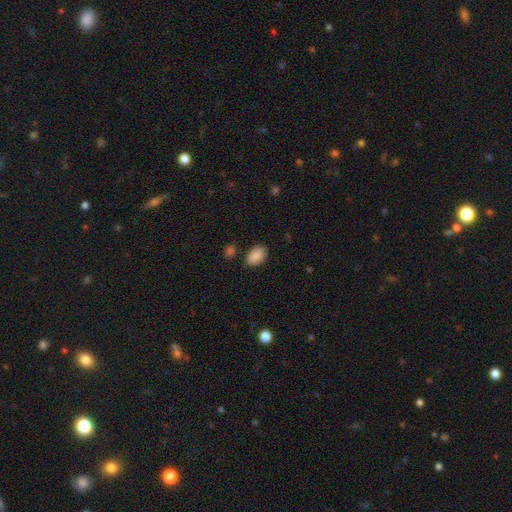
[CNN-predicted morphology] Smooth or featured: smooth — 89% (star or artifact — 7%)
How rounded: in between — 91% (round — 8%)
Merging: none — 83% (minor disturbance — 12%)